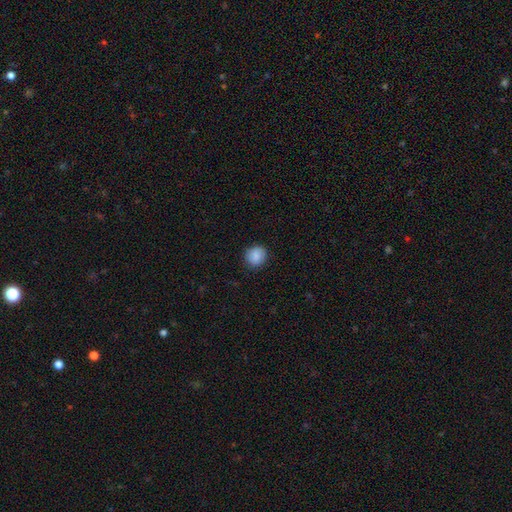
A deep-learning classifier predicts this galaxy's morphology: type=smooth (87%); roundness=round (83%); merging=none (88%).